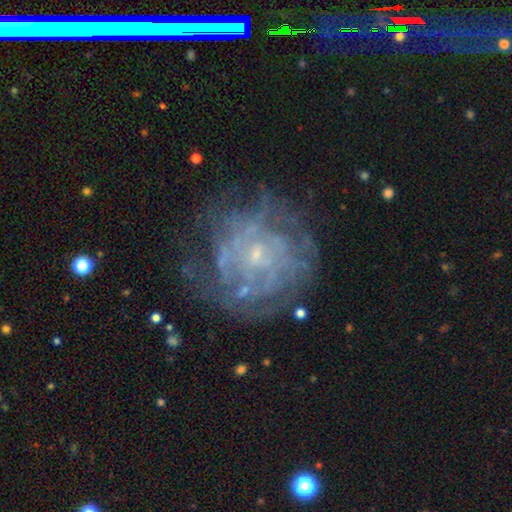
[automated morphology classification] This appears to be a featured or disk galaxy (75%) with no bar (78%), spiral arms (66%) and a small central bulge (77%). Merging: none (66%).